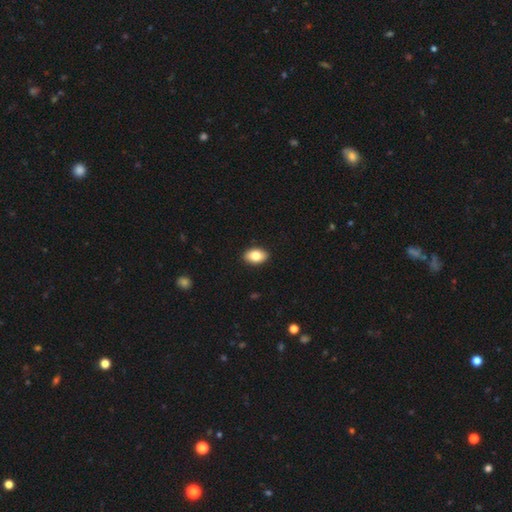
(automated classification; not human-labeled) Q: Smooth or featured?
A: smooth (82%); runner-up: featured or disk (11%)
Q: How rounded?
A: in between (89%); runner-up: round (9%)
Q: Merging?
A: none (91%); runner-up: minor disturbance (7%)